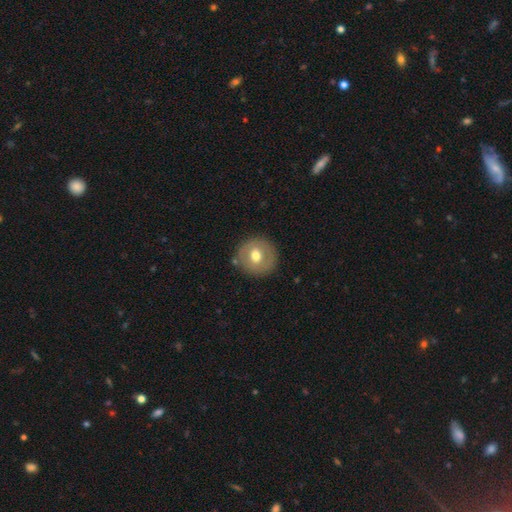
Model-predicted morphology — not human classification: smooth-or-featured: smooth: 56% | featured or disk: 37% | star or artifact: 7%
  how-rounded: round: 91% | in between: 8% | cigar-shaped: 1%
  merging: none: 85% | minor disturbance: 10% | major disturbance: 3% | merger: 2%